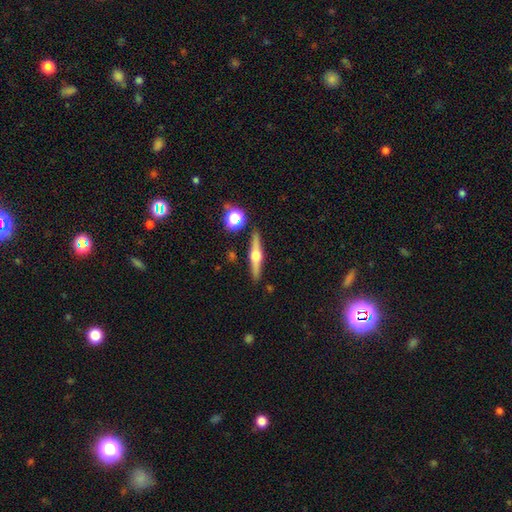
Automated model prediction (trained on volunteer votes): featured or disk 71%, smooth 22%, star or artifact 7%. Down the decision tree: edge-on disk — yes (97%); edge-on bulge — rounded (95%); merging — none (88%).